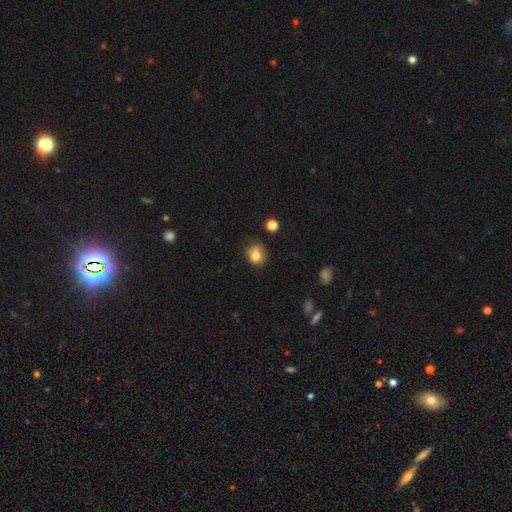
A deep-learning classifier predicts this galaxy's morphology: Smooth or featured? Predicted: smooth (p=0.80). How rounded? Predicted: round (p=0.68). Merging? Predicted: none (p=0.69).